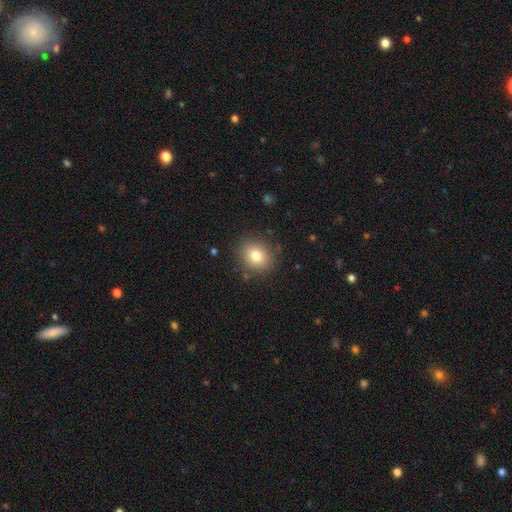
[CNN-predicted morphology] A smooth galaxy with no disk features (79%) that is round (73%). Merging: none (86%).